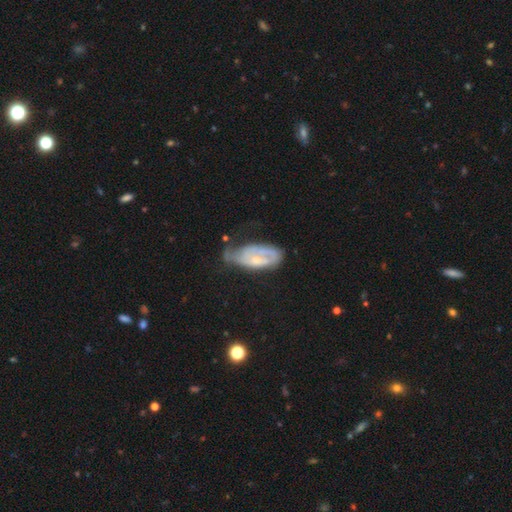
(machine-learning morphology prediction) smooth-or-featured: featured or disk: 63% | smooth: 27% | star or artifact: 10%
  disk-edge-on: no: 89% | yes: 11%
    bar: no: 58% | weak: 32% | strong: 10%
    has-spiral-arms: yes: 67% | no: 33%
    bulge-size: small: 54% | moderate: 39% | none: 5% | large: 2% | dominant: 1%
  merging: none: 43% | minor disturbance: 34% | major disturbance: 19% | merger: 4%